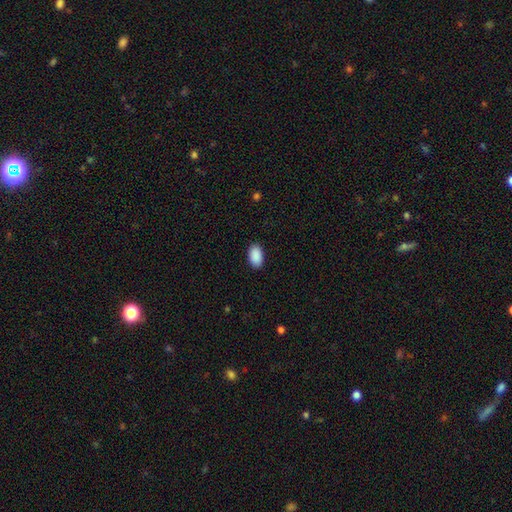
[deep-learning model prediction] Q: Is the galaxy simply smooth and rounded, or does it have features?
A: smooth — 91%.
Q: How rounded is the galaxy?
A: in between — 94%.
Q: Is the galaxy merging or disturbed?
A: none — 90%.